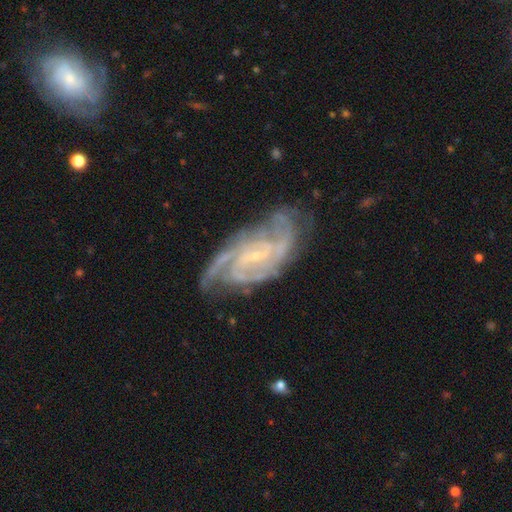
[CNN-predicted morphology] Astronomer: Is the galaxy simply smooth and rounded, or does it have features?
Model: featured or disk — 89%.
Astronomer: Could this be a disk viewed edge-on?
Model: no — 95%.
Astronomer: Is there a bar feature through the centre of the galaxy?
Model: weak — 43% (runner-up: no, 41%).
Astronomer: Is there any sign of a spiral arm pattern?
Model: yes — 97%.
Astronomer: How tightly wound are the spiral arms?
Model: tight — 50% (runner-up: medium, 41%).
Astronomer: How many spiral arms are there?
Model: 2 — 27% (runner-up: 3, 25%).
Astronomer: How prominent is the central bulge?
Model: small — 82%.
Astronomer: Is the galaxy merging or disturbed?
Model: none — 67%.